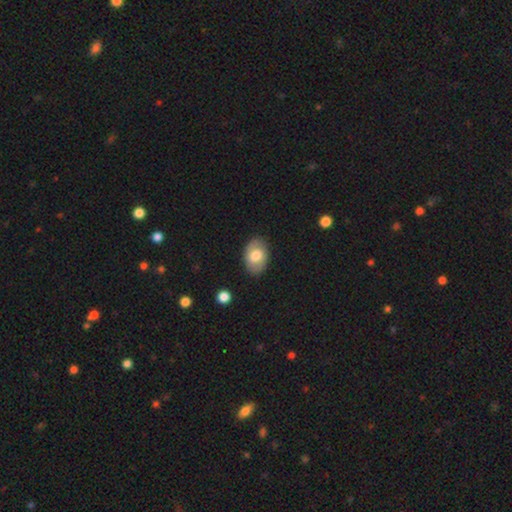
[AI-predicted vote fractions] The model was most divided on "smooth or featured": smooth: 66%, featured or disk: 28%, star or artifact: 7%. More confident: merging — none (84%); how rounded — in between (83%).